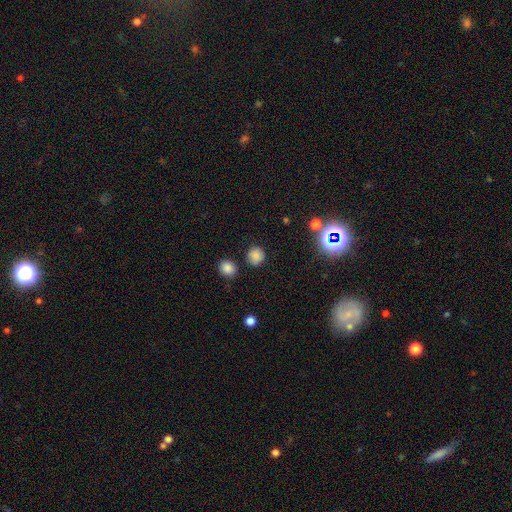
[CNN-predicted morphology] A smooth galaxy with no disk features (80%) that is round (88%). Merging: none (83%).